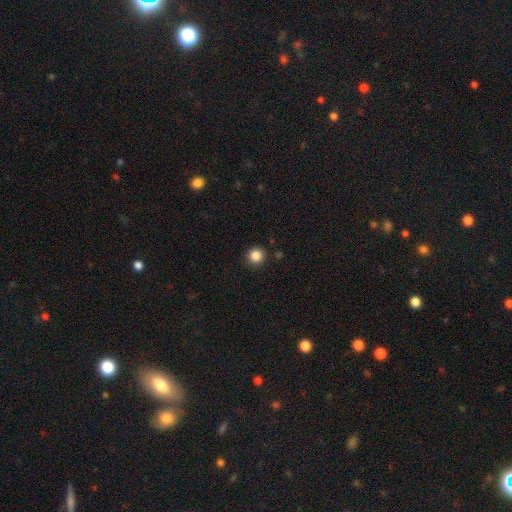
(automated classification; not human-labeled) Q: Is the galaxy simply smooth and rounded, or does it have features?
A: smooth — 85%.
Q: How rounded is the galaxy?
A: round — 94%.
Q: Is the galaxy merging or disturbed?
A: none — 91%.